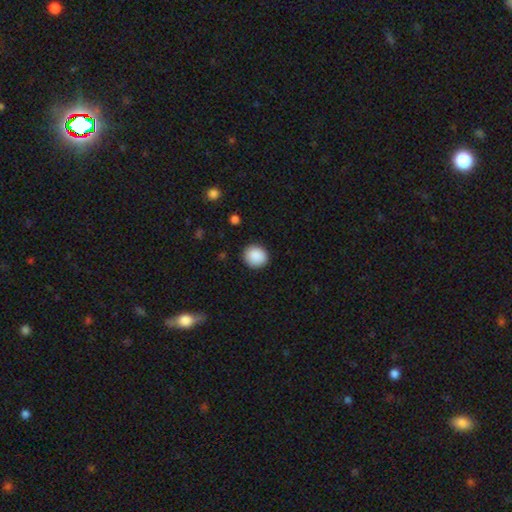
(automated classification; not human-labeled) Smooth or featured? Predicted: smooth (p=0.89). How rounded? Predicted: round (p=0.87). Merging? Predicted: none (p=0.90).